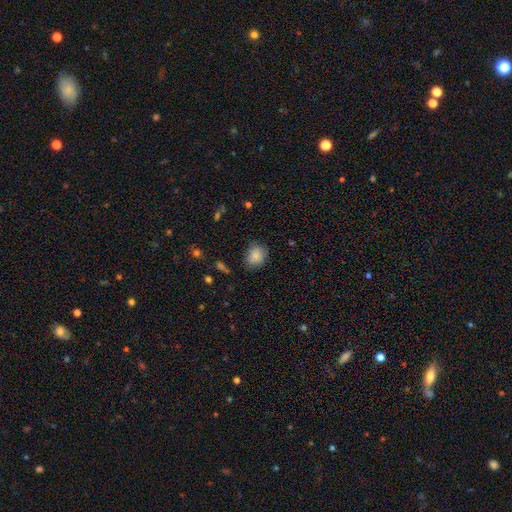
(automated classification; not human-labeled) A smooth galaxy with no disk features (85%) that is round (52%). Merging: none (73%).